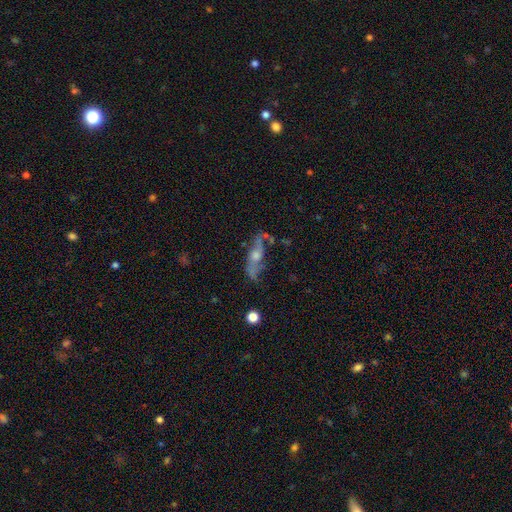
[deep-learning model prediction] Smooth or featured: featured or disk — 68% (smooth — 23%)
Edge-on disk: no — 60% (yes — 40%)
Merging: none — 59% (minor disturbance — 22%)